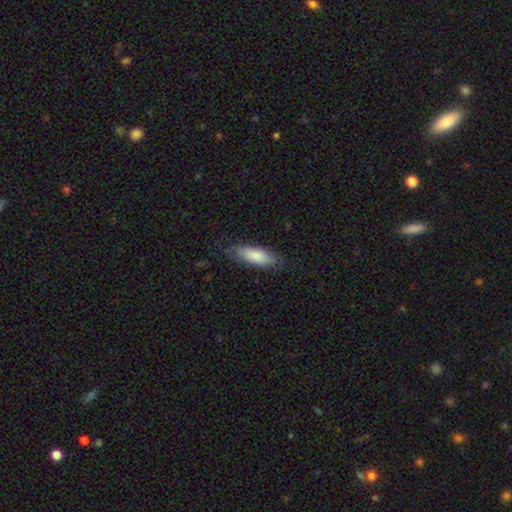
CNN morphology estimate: Smooth or featured: smooth — 82% (featured or disk — 12%)
How rounded: in between — 61% (cigar-shaped — 37%)
Merging: none — 78% (minor disturbance — 17%)